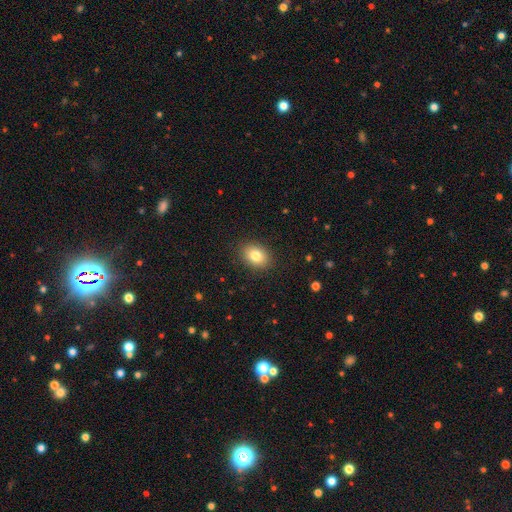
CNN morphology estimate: smooth-or-featured: smooth: 82% | star or artifact: 9% | featured or disk: 9%
  how-rounded: in between: 69% | round: 30% | cigar-shaped: 1%
  merging: none: 89% | minor disturbance: 8% | major disturbance: 2% | merger: 1%